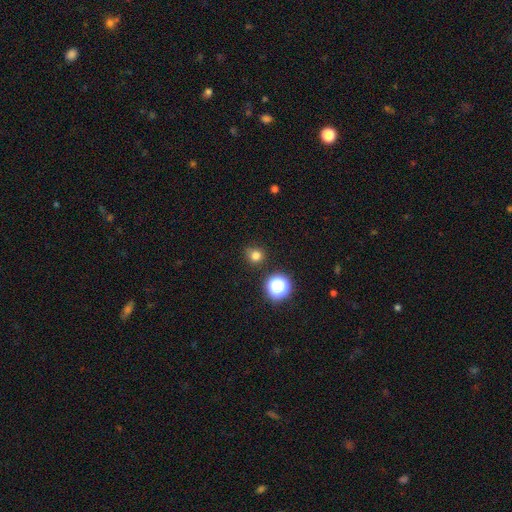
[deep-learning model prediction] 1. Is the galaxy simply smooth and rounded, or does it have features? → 76% smooth, 18% star or artifact, 5% featured or disk.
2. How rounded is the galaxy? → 90% round, 9% in between, 1% cigar-shaped.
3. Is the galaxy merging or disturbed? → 86% none, 9% minor disturbance, 3% major disturbance, 2% merger.